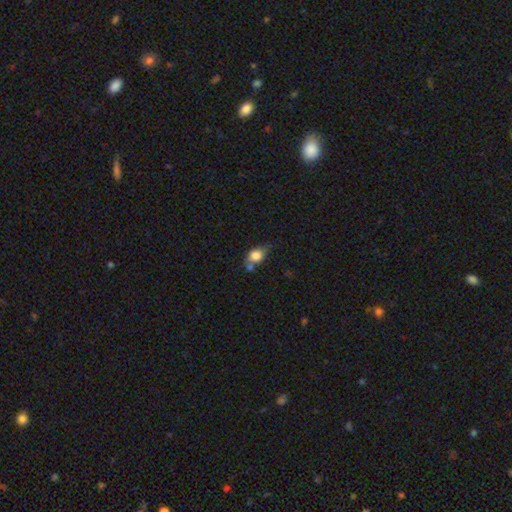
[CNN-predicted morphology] Q: Smooth or featured?
A: smooth (78%); runner-up: featured or disk (12%)
Q: How rounded?
A: in between (58%); runner-up: round (40%)
Q: Merging?
A: none (38%); runner-up: minor disturbance (26%)